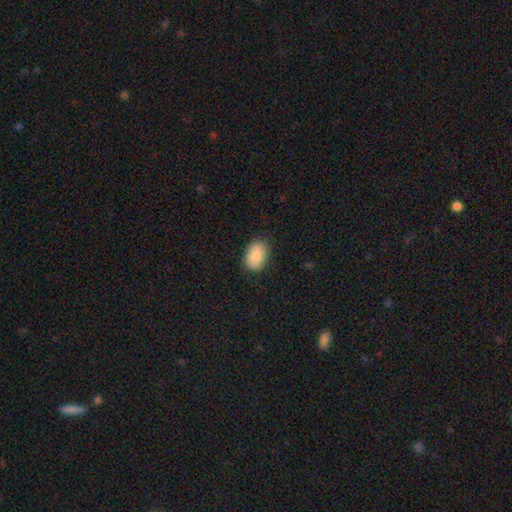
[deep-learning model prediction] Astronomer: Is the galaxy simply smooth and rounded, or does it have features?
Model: smooth — 89%.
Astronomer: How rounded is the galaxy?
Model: in between — 86%.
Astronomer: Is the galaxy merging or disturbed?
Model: none — 84%.